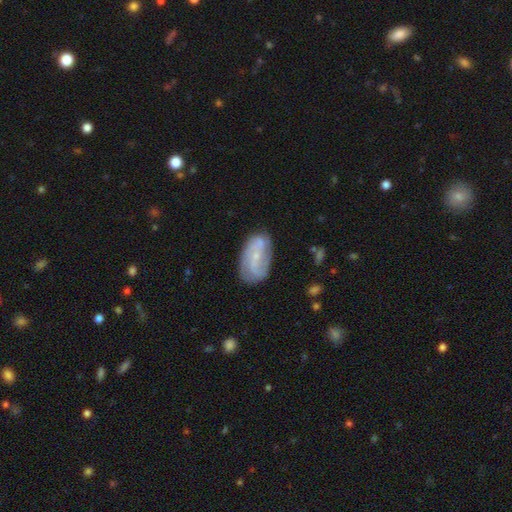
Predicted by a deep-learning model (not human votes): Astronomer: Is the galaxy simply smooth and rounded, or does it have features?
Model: featured or disk — 72%.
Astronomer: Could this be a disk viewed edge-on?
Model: no — 96%.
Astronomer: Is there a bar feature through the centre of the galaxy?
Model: weak — 43% (runner-up: no, 41%).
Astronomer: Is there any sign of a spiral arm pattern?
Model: yes — 87%.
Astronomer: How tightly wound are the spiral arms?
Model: medium — 42% (runner-up: loose, 33%).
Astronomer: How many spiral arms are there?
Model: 2 — 70%.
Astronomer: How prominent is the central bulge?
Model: small — 75%.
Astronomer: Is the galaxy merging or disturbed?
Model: none — 67%.